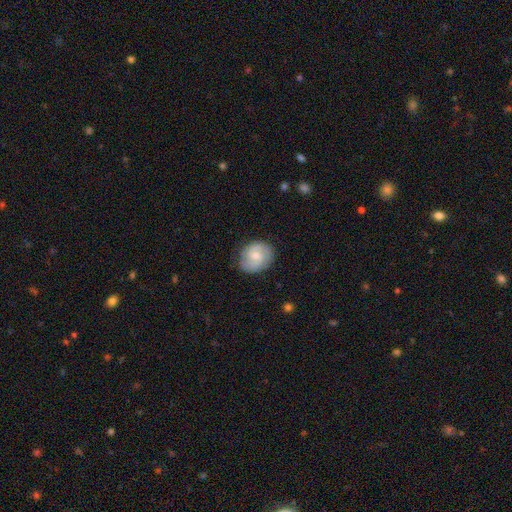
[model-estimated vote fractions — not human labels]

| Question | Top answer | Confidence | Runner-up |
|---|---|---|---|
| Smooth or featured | featured or disk | 57% | smooth (36%) |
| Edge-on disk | no | 98% | yes (2%) |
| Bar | no | 50% | weak (44%) |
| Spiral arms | yes | 89% | no (11%) |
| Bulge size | small | 48% | moderate (41%) |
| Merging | none | 79% | minor disturbance (16%) |